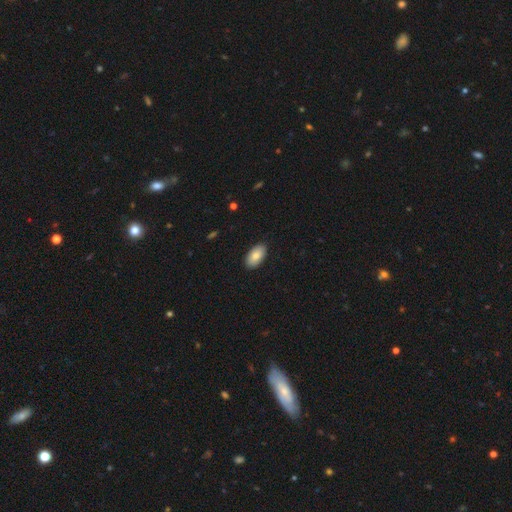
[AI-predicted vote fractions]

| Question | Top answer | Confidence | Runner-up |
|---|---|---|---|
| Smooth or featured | smooth | 84% | featured or disk (9%) |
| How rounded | in between | 95% | round (3%) |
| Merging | none | 89% | minor disturbance (8%) |